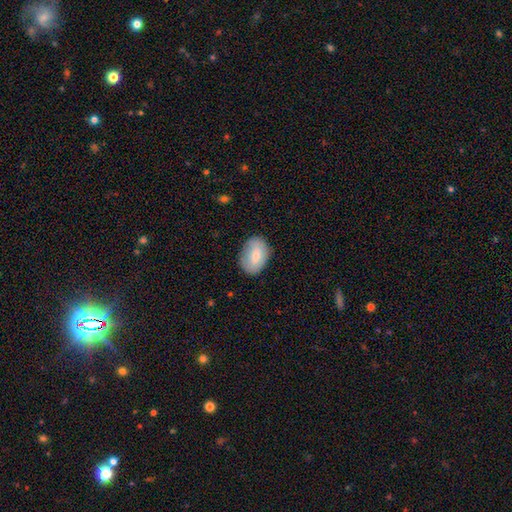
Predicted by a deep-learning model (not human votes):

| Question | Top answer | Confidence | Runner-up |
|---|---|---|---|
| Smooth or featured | smooth | 77% | featured or disk (17%) |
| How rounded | in between | 86% | round (13%) |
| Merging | none | 79% | minor disturbance (16%) |